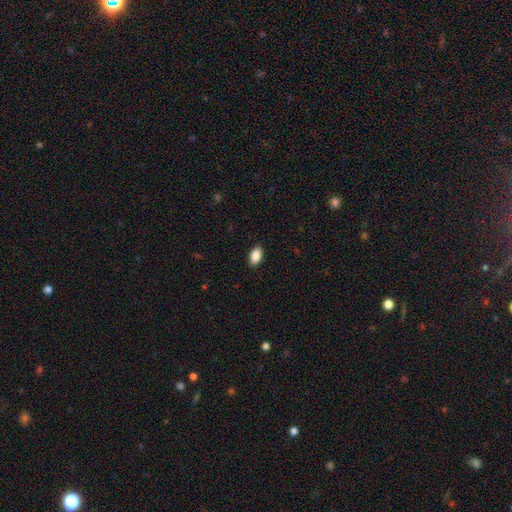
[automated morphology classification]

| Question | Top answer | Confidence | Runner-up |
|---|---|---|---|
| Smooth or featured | smooth | 87% | star or artifact (7%) |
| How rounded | in between | 92% | round (6%) |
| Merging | none | 89% | minor disturbance (8%) |